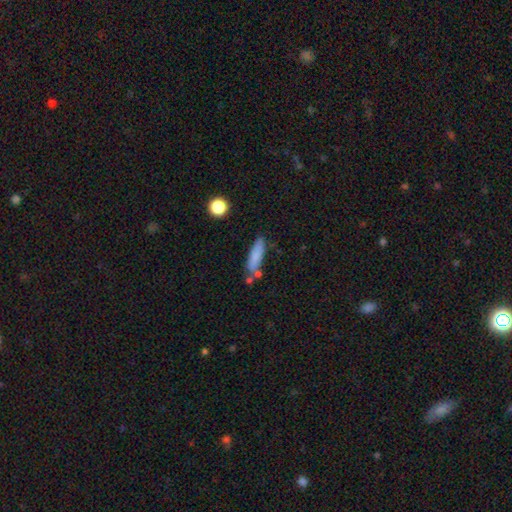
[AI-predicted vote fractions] smooth 79%, featured or disk 13%, star or artifact 8%. Down the decision tree: how rounded — cigar-shaped (62%); merging — none (63%).